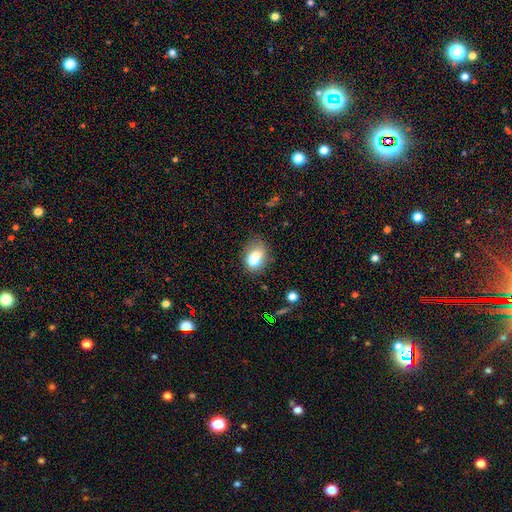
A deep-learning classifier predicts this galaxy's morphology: Overall: smooth (68%). How rounded: in between (52%; round 47%). Merging: none (38%, tied with merger).